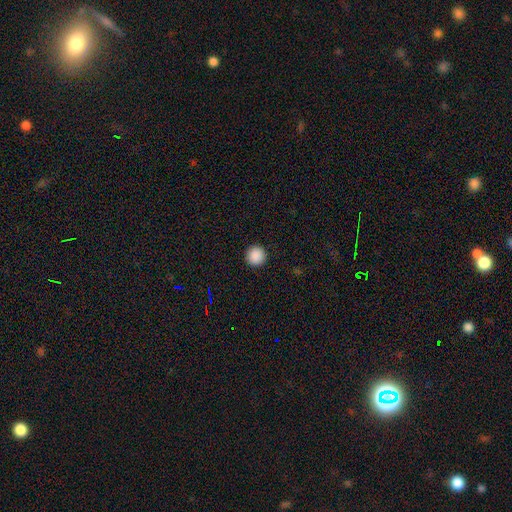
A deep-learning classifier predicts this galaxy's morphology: A smooth galaxy with no disk features (89%) that is round (96%).

Vote fractions:
- Smooth or featured? smooth: 89% / star or artifact: 9% / featured or disk: 2%
- How rounded? round: 96% / in between: 3% / cigar-shaped: 1%
- Merging? none: 93% / minor disturbance: 4% / major disturbance: 2% / merger: 1%